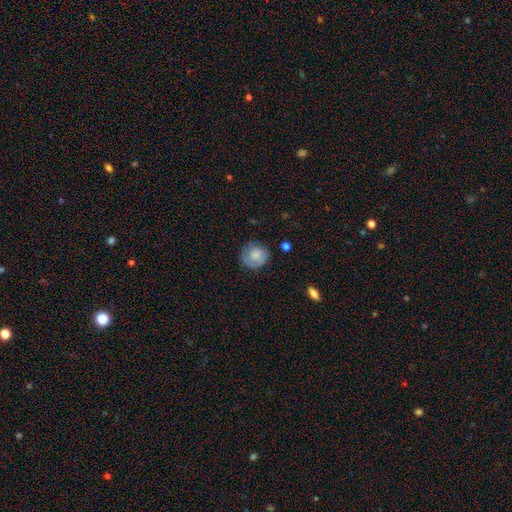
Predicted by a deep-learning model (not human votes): Smooth or featured? Predicted: smooth (p=0.72). How rounded? Predicted: round (p=0.84). Merging? Predicted: none (p=0.69).